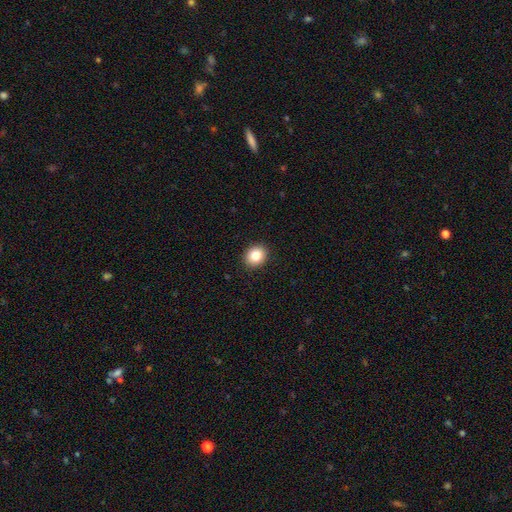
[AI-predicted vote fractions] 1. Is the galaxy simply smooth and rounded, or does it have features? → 83% smooth, 10% star or artifact, 7% featured or disk.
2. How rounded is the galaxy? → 66% round, 33% in between, 1% cigar-shaped.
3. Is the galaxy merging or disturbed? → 91% none, 6% minor disturbance, 2% major disturbance, 1% merger.